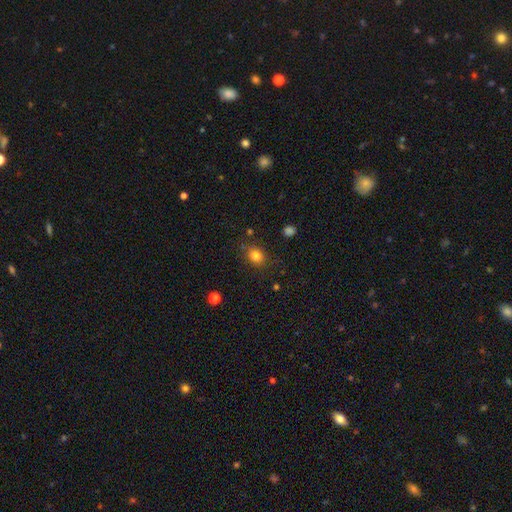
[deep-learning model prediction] Overall: smooth (82%). How rounded: round (57%; in between 42%). Merging: none (80%).